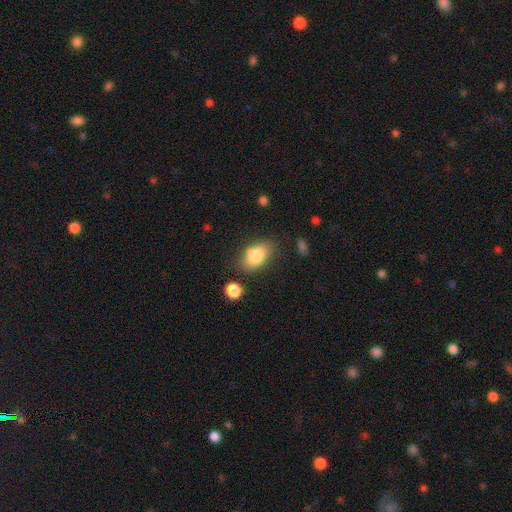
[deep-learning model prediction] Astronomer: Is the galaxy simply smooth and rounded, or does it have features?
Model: smooth — 82%.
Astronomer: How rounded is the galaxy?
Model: in between — 87%.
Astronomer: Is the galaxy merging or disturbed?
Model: none — 70%.